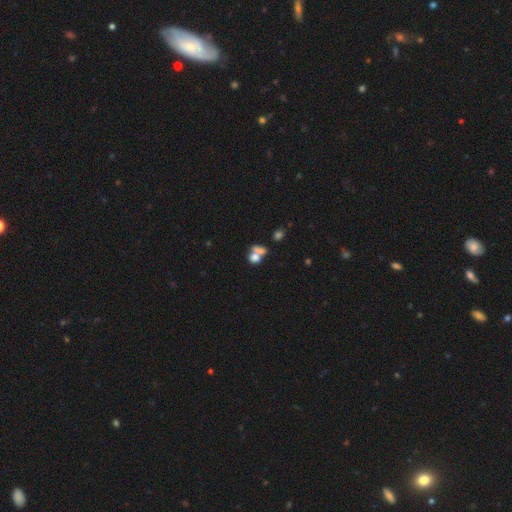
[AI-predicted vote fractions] smooth-or-featured: smooth: 73% | featured or disk: 14% | star or artifact: 13%
  how-rounded: round: 55% | in between: 42% | cigar-shaped: 3%
  merging: merger: 53% | none: 32% | minor disturbance: 9% | major disturbance: 6%